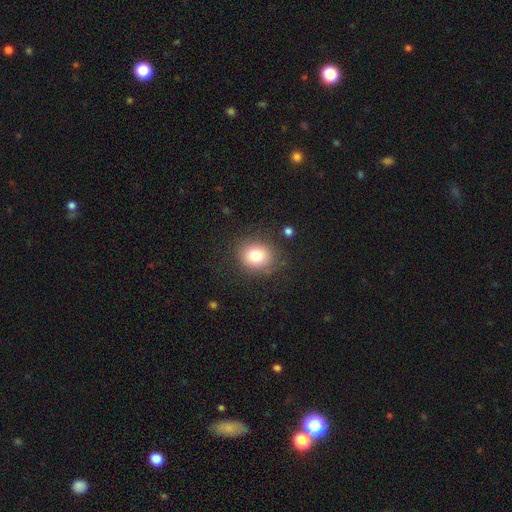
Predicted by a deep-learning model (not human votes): A smooth galaxy with no disk features (79%) that is round (70%). Merging: none (83%).